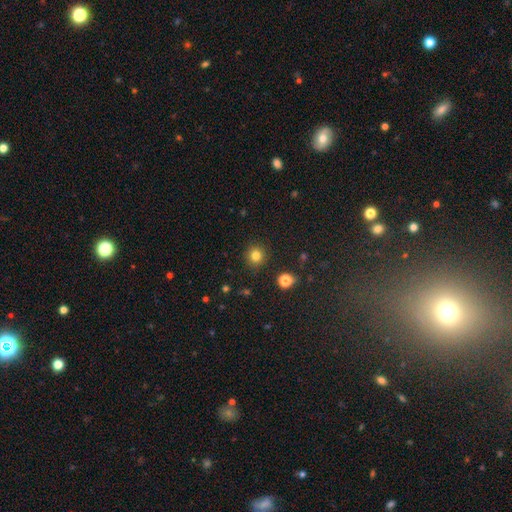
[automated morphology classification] A smooth galaxy with no disk features (81%) that is round (92%).

Vote fractions:
- Smooth or featured? smooth: 81% / star or artifact: 13% / featured or disk: 6%
- How rounded? round: 92% / in between: 7% / cigar-shaped: 1%
- Merging? none: 90% / minor disturbance: 6% / major disturbance: 2% / merger: 2%